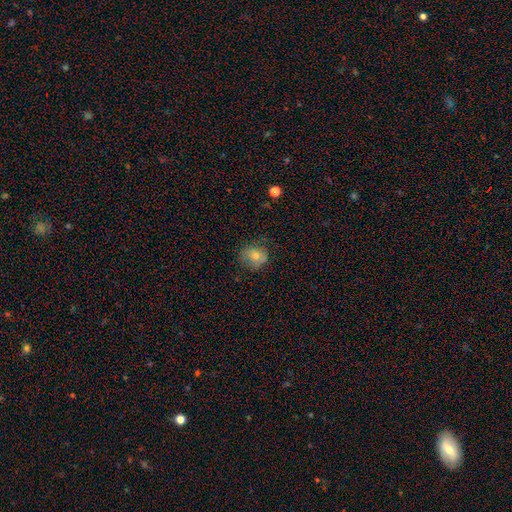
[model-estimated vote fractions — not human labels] This appears to be a smooth galaxy with no disk features (73%) that is round (69%). Merging: none (63%).